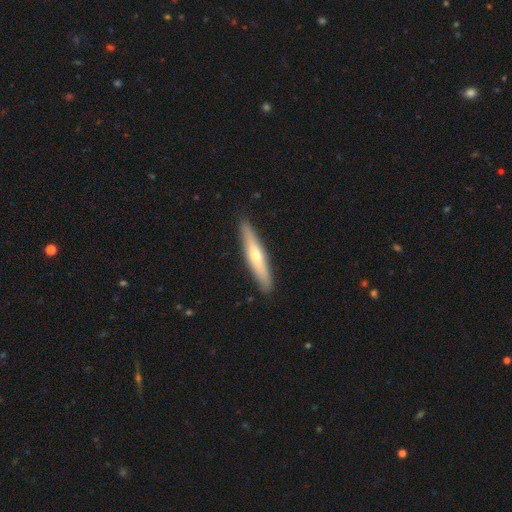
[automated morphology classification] This appears to be a featured or disk galaxy (50%) viewed edge-on (88%). Merging: none (91%).